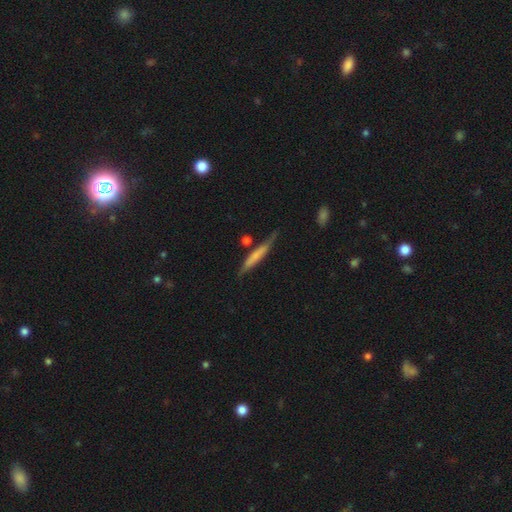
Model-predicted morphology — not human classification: Smooth or featured: smooth — 55% (featured or disk — 39%)
How rounded: cigar-shaped — 92% (in between — 6%)
Merging: none — 66% (minor disturbance — 22%)